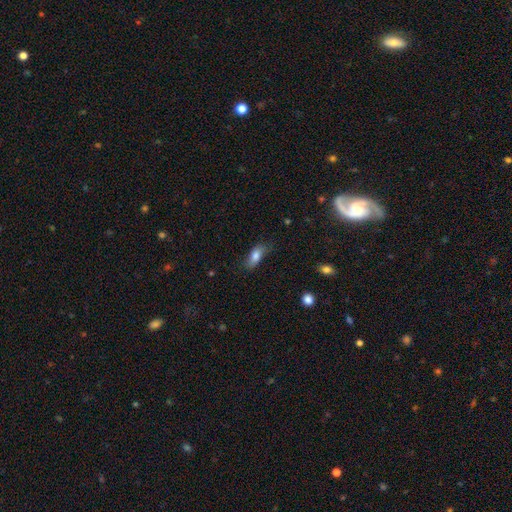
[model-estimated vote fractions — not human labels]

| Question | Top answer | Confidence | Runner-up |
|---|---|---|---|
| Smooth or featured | smooth | 78% | featured or disk (15%) |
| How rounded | in between | 80% | cigar-shaped (16%) |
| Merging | none | 69% | minor disturbance (24%) |